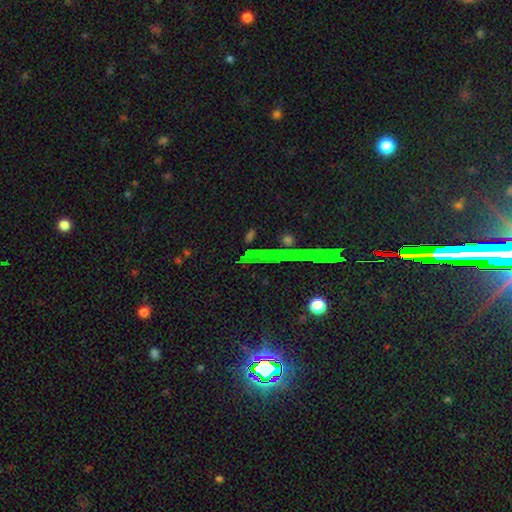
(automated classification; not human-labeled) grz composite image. It shows a star or artifact, not a galaxy (70%).